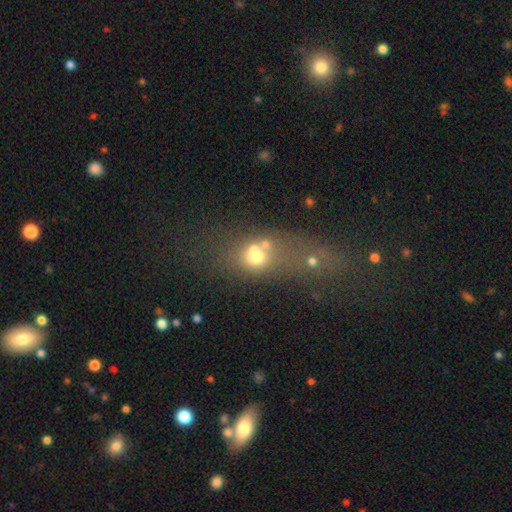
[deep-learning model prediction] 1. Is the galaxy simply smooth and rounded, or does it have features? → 59% smooth, 22% featured or disk, 19% star or artifact.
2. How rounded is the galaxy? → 51% in between, 46% round, 3% cigar-shaped.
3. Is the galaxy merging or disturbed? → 51% merger, 26% none, 12% major disturbance, 10% minor disturbance.